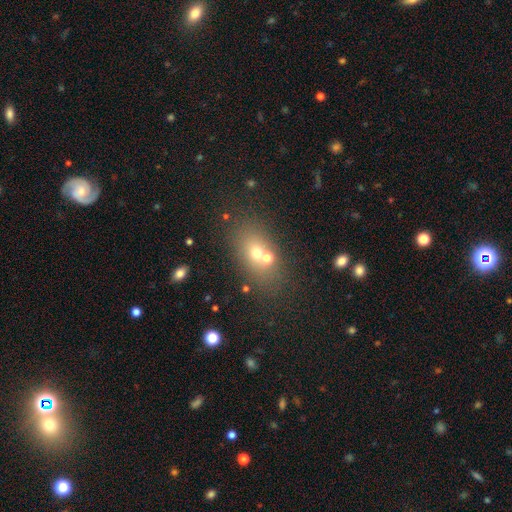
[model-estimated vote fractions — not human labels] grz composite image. It shows a smooth galaxy with no disk features (54%) that is in between round and cigar-shaped (58%). Merging: none (53%).